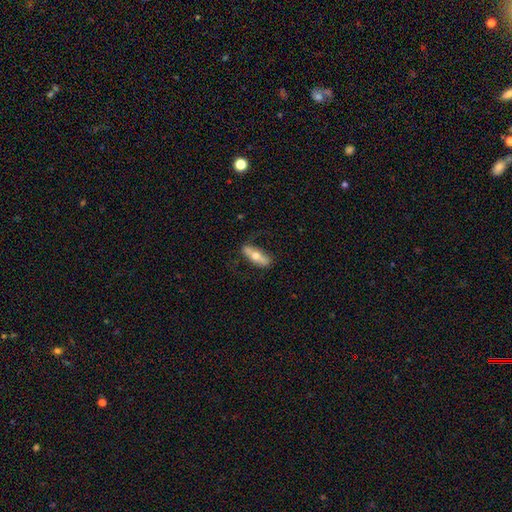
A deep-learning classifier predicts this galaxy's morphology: A smooth galaxy with no disk features (50%) that is cigar-shaped (50%). Merging: none (77%).